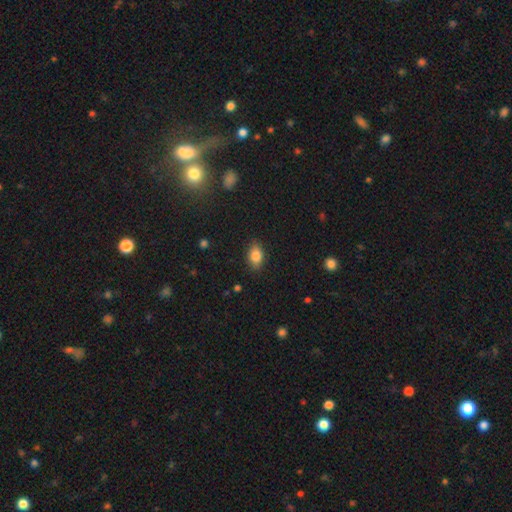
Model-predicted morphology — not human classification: This appears to be a smooth galaxy with no disk features (83%) that is in between round and cigar-shaped (86%). Merging: none (85%).